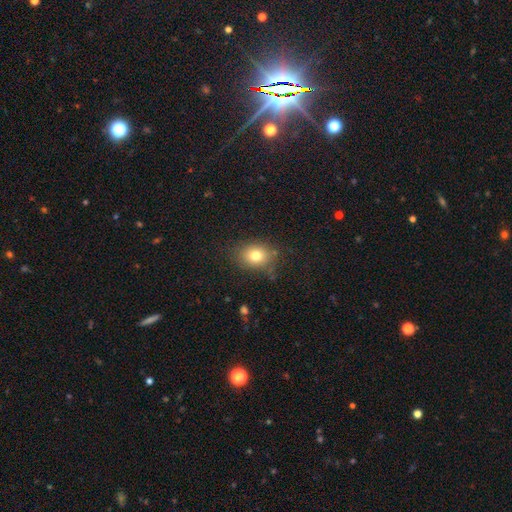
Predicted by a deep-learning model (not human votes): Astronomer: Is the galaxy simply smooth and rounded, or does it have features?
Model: smooth — 78%.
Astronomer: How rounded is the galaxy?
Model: round — 51% (runner-up: in between, 48%).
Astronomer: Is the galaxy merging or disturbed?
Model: none — 80%.